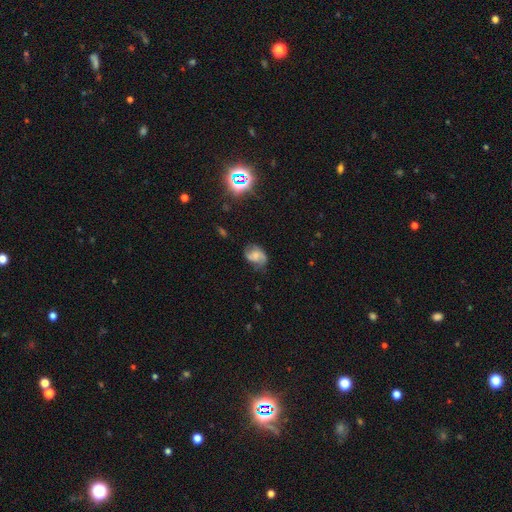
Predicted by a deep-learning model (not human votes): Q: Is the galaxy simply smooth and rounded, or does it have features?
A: featured or disk — 57%.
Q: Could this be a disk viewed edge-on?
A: no — 97%.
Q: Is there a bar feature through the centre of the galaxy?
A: no — 58%.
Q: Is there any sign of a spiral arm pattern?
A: yes — 88%.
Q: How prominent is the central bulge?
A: small — 36%.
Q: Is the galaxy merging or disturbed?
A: none — 63%.